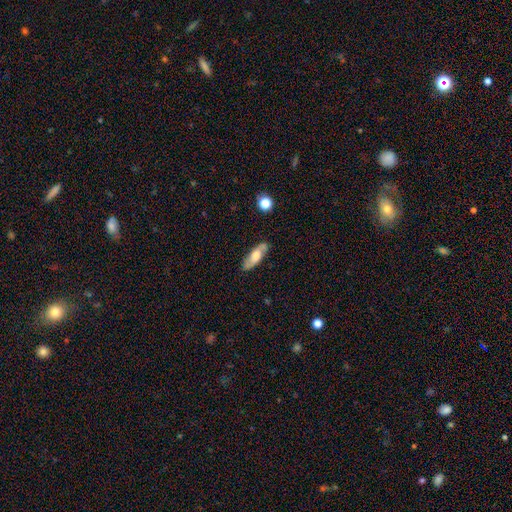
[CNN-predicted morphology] The model was most divided on "smooth or featured": smooth: 54%, featured or disk: 40%, star or artifact: 6%. More confident: merging — none (80%); how rounded — in between (61%).